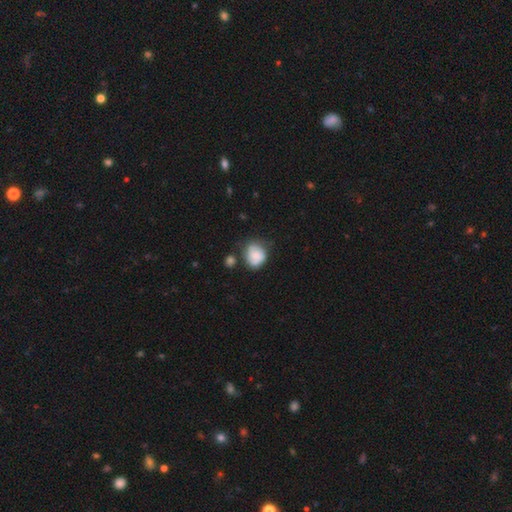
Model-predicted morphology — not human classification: smooth-or-featured: smooth: 71% | featured or disk: 21% | star or artifact: 8%
  how-rounded: round: 66% | in between: 33% | cigar-shaped: 1%
  merging: none: 48% | minor disturbance: 30% | major disturbance: 11% | merger: 11%